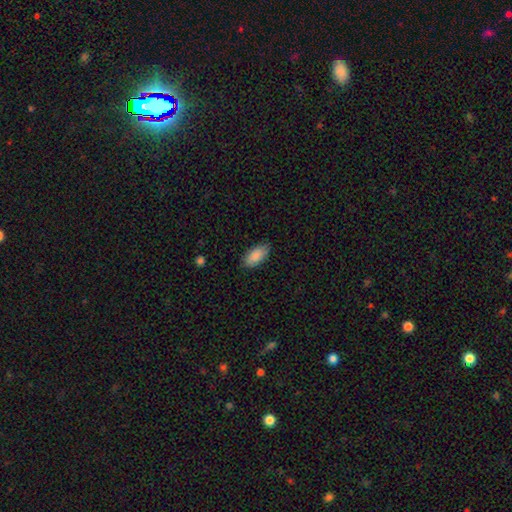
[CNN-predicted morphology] Smooth or featured? Predicted: smooth (p=0.89). How rounded? Predicted: in between (p=0.92). Merging? Predicted: none (p=0.84).